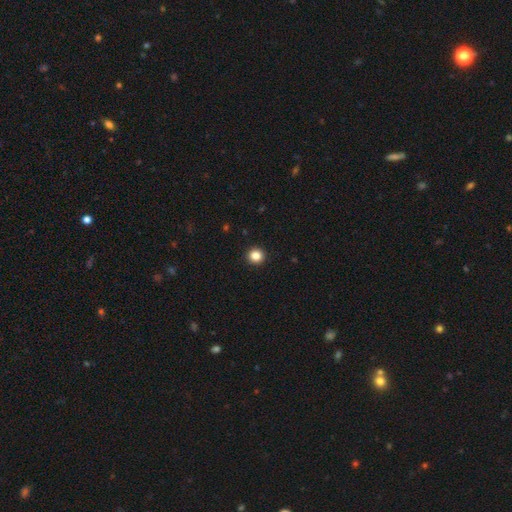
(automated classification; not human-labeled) Smooth or featured? Predicted: smooth (p=0.84). How rounded? Predicted: round (p=0.94). Merging? Predicted: none (p=0.93).